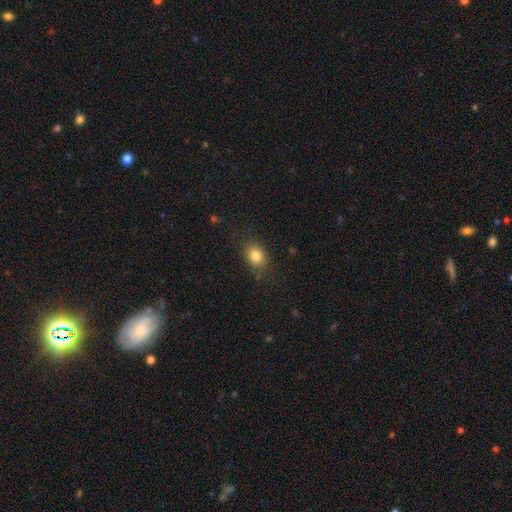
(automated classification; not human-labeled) The model was most divided on "how rounded": in between: 64%, round: 35%, cigar-shaped: 1%. More confident: smooth or featured — smooth (82%); merging — none (78%).